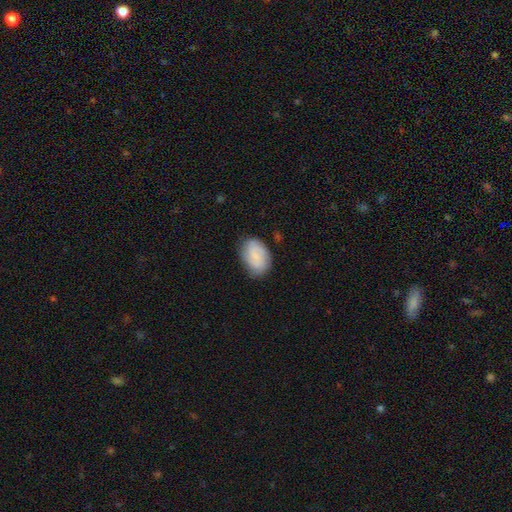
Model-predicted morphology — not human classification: Q: Smooth or featured?
A: smooth (66%); runner-up: featured or disk (27%)
Q: How rounded?
A: in between (86%); runner-up: round (12%)
Q: Merging?
A: none (75%); runner-up: minor disturbance (19%)